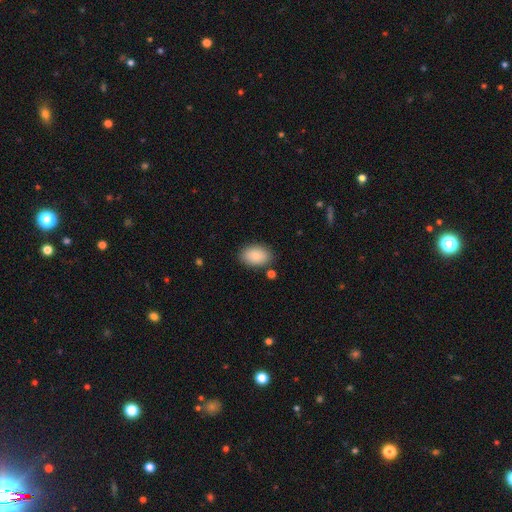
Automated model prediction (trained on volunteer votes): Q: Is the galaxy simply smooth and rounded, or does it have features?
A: smooth — 84%.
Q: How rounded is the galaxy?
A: in between — 87%.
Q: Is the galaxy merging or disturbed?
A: none — 83%.